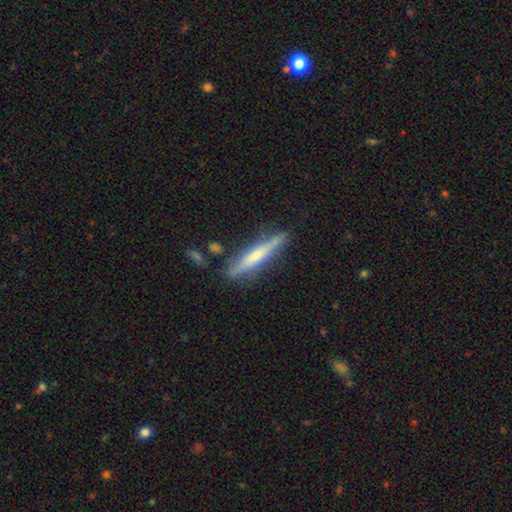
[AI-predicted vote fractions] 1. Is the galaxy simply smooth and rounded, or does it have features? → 53% featured or disk, 42% smooth, 6% star or artifact.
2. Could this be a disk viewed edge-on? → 94% yes, 6% no.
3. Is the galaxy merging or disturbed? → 78% none, 15% minor disturbance, 4% merger, 3% major disturbance.